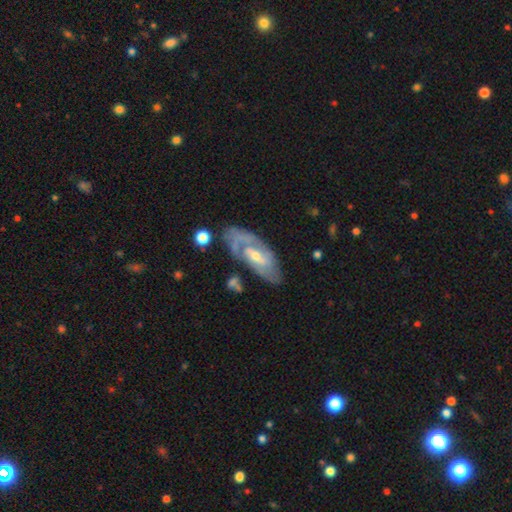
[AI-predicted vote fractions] Smooth or featured?
  - featured or disk: 79% *
  - smooth: 15%
  - star or artifact: 5%
Edge-on disk?
  - no: 91% *
  - yes: 9%
Bar?
  - weak: 45% *
  - no: 38%
  - strong: 17%
Spiral arms?
  - yes: 86% *
  - no: 14%
Spiral winding?
  - tight: 51% *
  - medium: 37%
  - loose: 13%
Spiral arm count?
  - 2: 51% *
  - can't tell: 27%
  - 1: 14%
  - 3: 6%
  - 4: 2%
  - more than 4: 2%
Bulge size?
  - small: 48% *
  - moderate: 47%
  - large: 2%
  - none: 2%
  - dominant: 1%
Merging?
  - none: 62% *
  - minor disturbance: 21%
  - major disturbance: 12%
  - merger: 5%